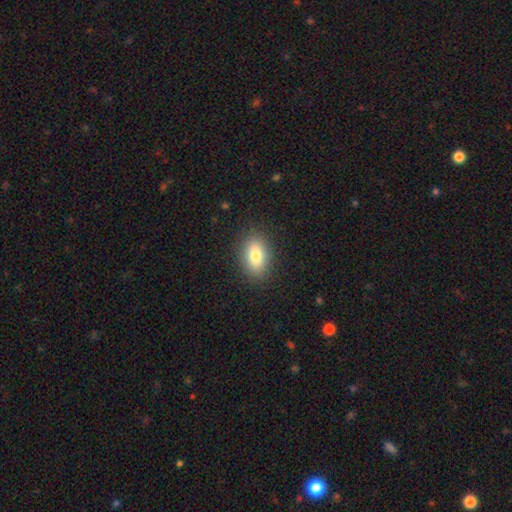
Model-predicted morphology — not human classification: Q: Smooth or featured?
A: smooth (79%); runner-up: featured or disk (13%)
Q: How rounded?
A: in between (86%); runner-up: round (9%)
Q: Merging?
A: none (88%); runner-up: minor disturbance (9%)